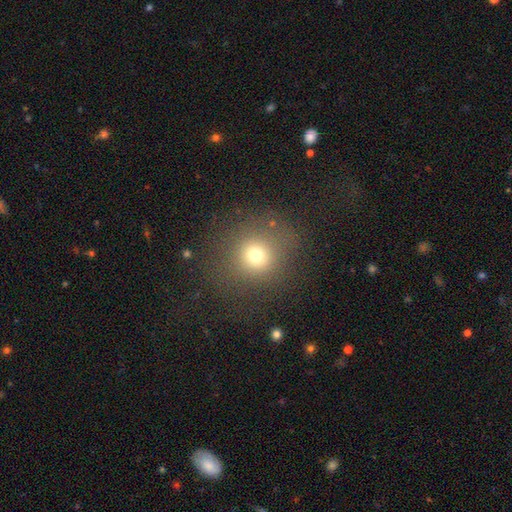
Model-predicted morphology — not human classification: Smooth or featured? smooth (71%)
How rounded? round (88%)
Merging? none (82%)